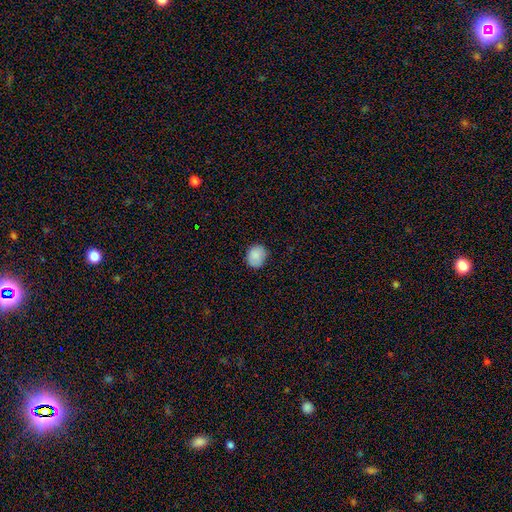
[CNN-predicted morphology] A smooth galaxy with no disk features (85%) that is round (65%).

Vote fractions:
- Smooth or featured? smooth: 85% / star or artifact: 8% / featured or disk: 7%
- How rounded? round: 65% / in between: 34% / cigar-shaped: 1%
- Merging? none: 77% / minor disturbance: 19% / major disturbance: 3% / merger: 1%